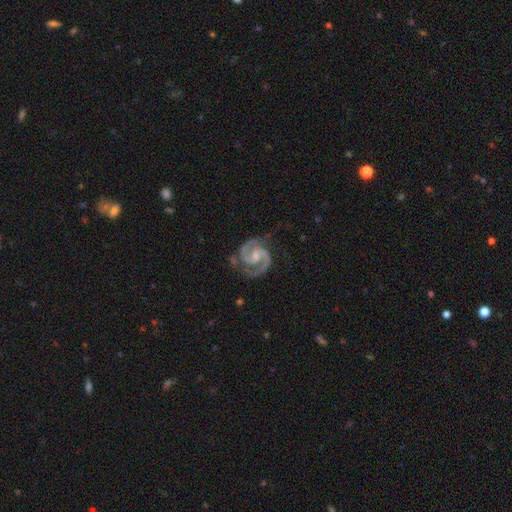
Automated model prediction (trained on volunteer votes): Q: Smooth or featured?
A: featured or disk (94%); runner-up: star or artifact (4%)
Q: Edge-on disk?
A: no (99%); runner-up: yes (1%)
Q: Bar?
A: weak (48%); runner-up: no (39%)
Q: Spiral arms?
A: yes (99%); runner-up: no (1%)
Q: Spiral winding?
A: medium (57%); runner-up: tight (36%)
Q: Spiral arm count?
A: 2 (94%); runner-up: 3 (2%)
Q: Bulge size?
A: small (40%); runner-up: moderate (39%)
Q: Merging?
A: none (75%); runner-up: minor disturbance (18%)